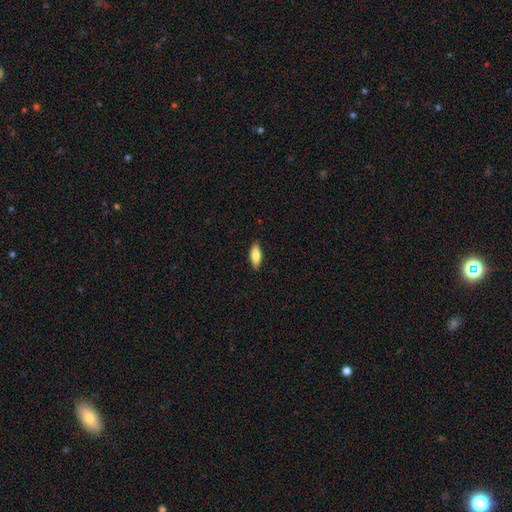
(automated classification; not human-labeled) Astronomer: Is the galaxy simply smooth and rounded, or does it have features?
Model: smooth — 74%.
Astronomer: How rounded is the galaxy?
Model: in between — 65%.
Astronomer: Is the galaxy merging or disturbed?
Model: none — 89%.